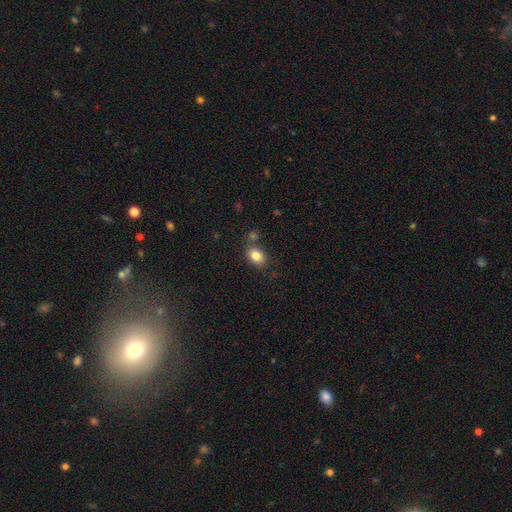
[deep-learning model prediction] A smooth galaxy with no disk features (83%) that is in between round and cigar-shaped (70%). Merging: none (72%).